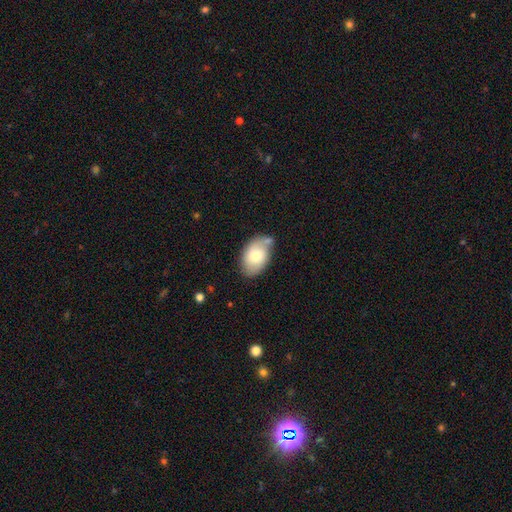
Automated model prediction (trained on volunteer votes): Smooth or featured? Predicted: smooth (p=0.71). How rounded? Predicted: in between (p=0.87). Merging? Predicted: none (p=0.58).